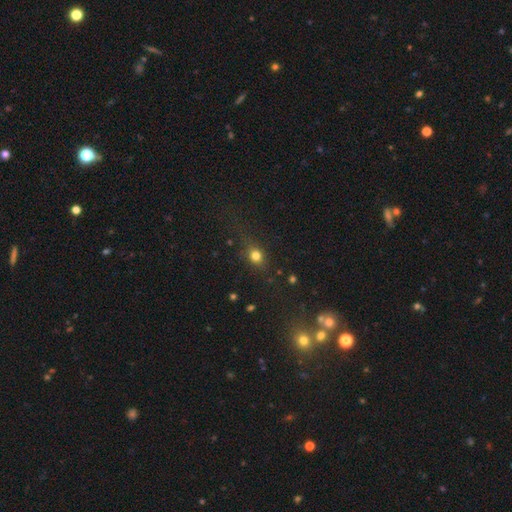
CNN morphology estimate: The model was most divided on "how rounded": round: 60%, in between: 35%, cigar-shaped: 5%. More confident: smooth or featured — smooth (73%); merging — none (72%).